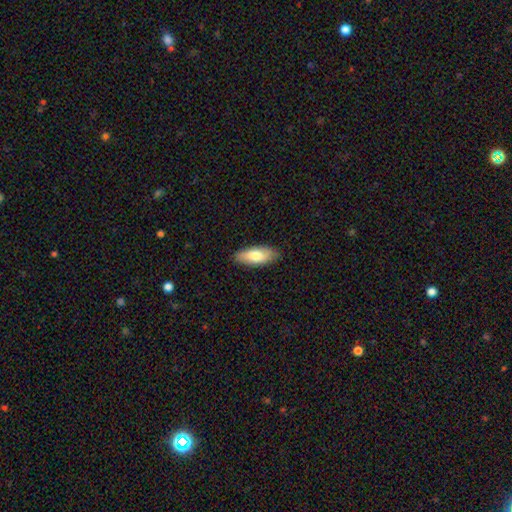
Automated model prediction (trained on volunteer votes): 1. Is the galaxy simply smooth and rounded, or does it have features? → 76% smooth, 18% featured or disk, 6% star or artifact.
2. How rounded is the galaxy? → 78% in between, 20% cigar-shaped, 2% round.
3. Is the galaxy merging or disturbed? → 86% none, 11% minor disturbance, 2% major disturbance, 1% merger.